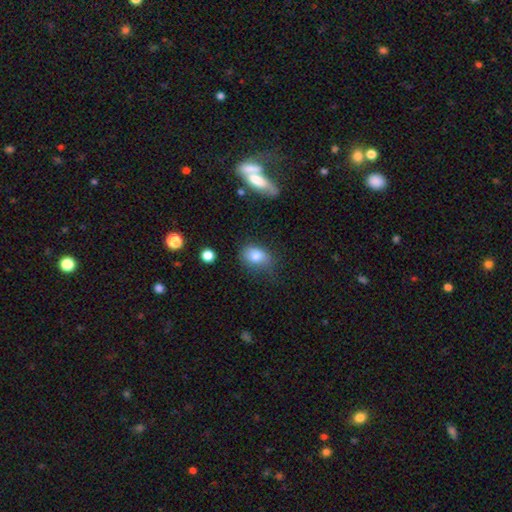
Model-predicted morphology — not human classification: Smooth or featured: smooth — 81% (star or artifact — 10%)
How rounded: in between — 73% (round — 26%)
Merging: none — 58% (minor disturbance — 28%)